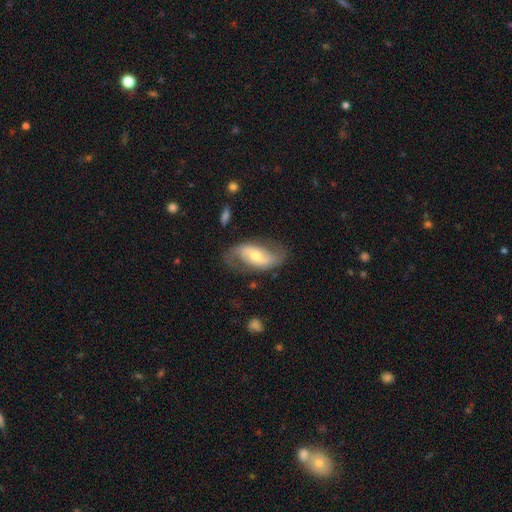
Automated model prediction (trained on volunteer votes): Morphology: type=featured or disk (72%); edge-on=no (94%); bar=no (38%); spiral arms=yes (87%); winding=loose (52%); arm count=2 (86%); bulge=moderate (60%); merging=none (68%).